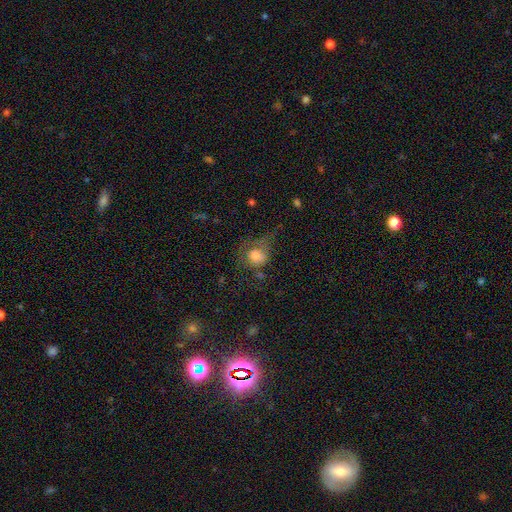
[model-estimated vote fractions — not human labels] A smooth galaxy with no disk features (70%) that is round (66%). Merging: major disturbance (37%).